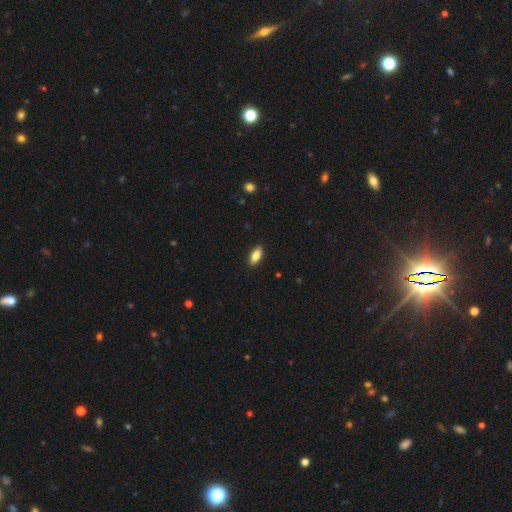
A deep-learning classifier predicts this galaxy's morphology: Smooth or featured? smooth (85%)
How rounded? in between (87%)
Merging? none (89%)